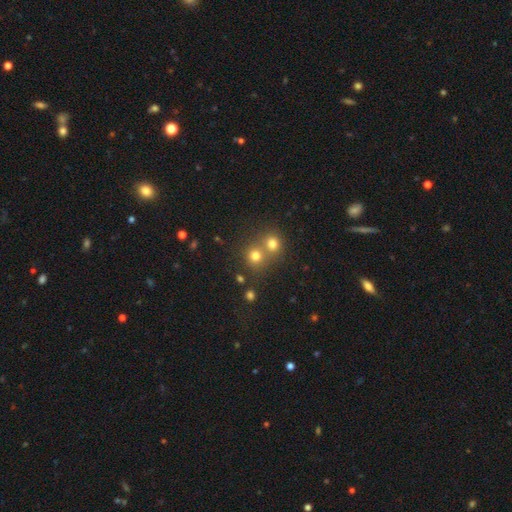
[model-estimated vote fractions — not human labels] Smooth or featured: smooth — 73% (star or artifact — 17%)
How rounded: round — 87% (in between — 12%)
Merging: none — 50% (merger — 42%)